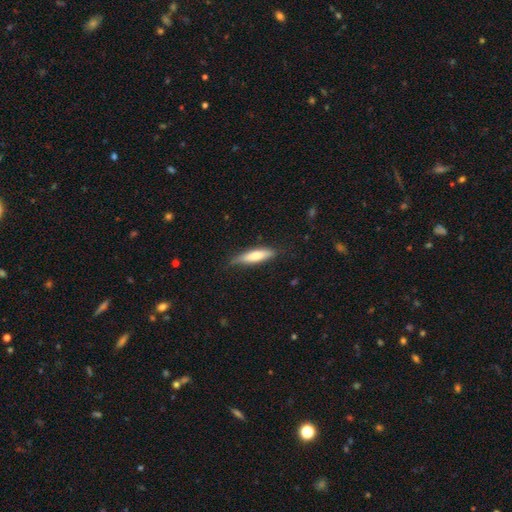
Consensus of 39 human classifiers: Smooth or featured? smooth (74%)
How rounded? cigar-shaped (66%)
Merging? none (87%)